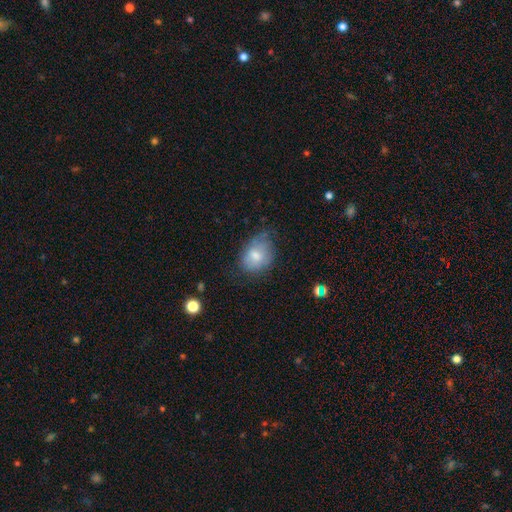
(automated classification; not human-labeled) Smooth or featured? smooth (70%)
How rounded? in between (72%)
Merging? none (50%)